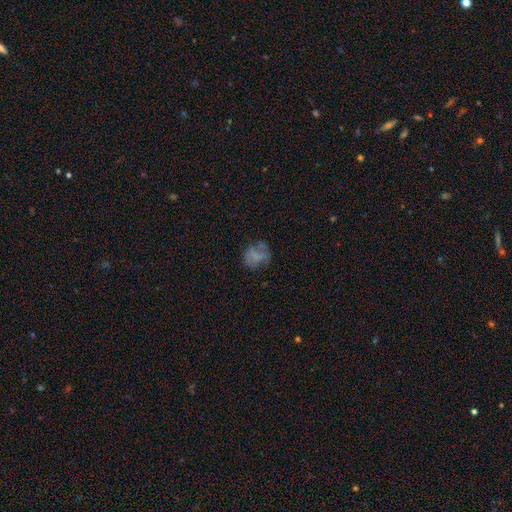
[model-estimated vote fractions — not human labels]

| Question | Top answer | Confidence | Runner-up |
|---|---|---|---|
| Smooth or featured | smooth | 51% | featured or disk (34%) |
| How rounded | round | 65% | in between (34%) |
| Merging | none | 57% | minor disturbance (22%) |